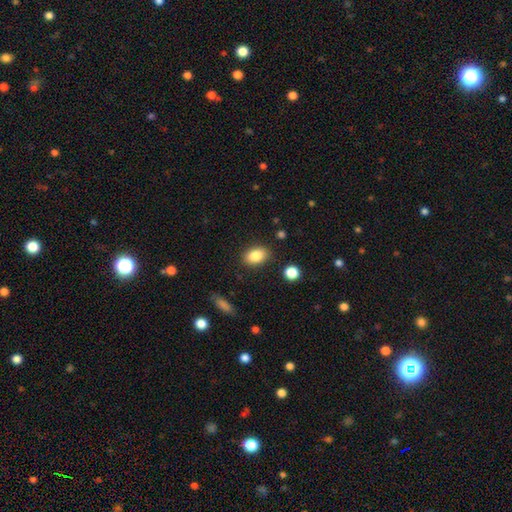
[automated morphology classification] This is clearly a smooth galaxy (85%). How rounded: clearly in between (80%). Merging: clearly none (85%).